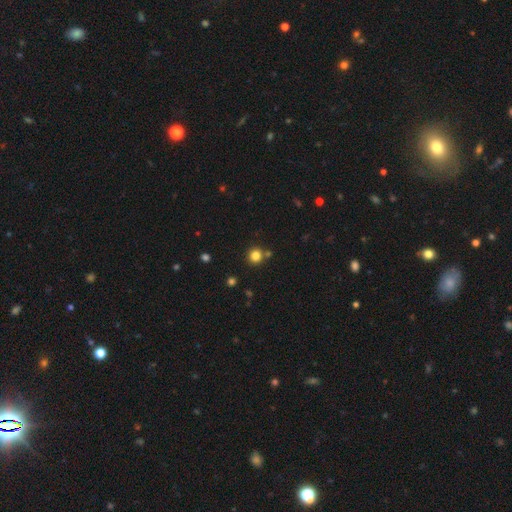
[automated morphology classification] smooth 82%, star or artifact 13%, featured or disk 5%. Down the decision tree: how rounded — round (93%); merging — none (81%).